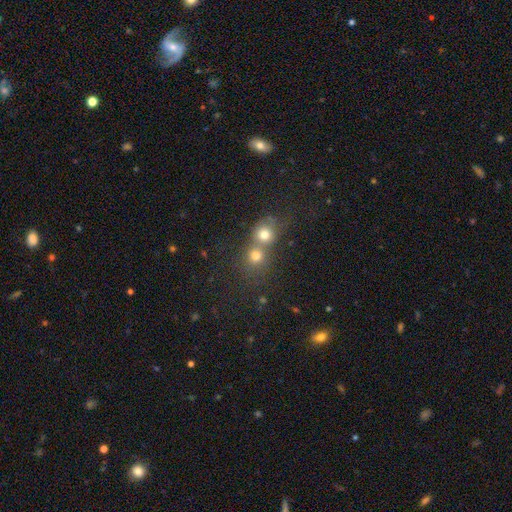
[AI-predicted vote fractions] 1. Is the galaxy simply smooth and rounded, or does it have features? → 75% smooth, 15% star or artifact, 10% featured or disk.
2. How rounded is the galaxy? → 85% round, 14% in between, 1% cigar-shaped.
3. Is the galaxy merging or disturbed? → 53% merger, 38% none, 5% minor disturbance, 3% major disturbance.